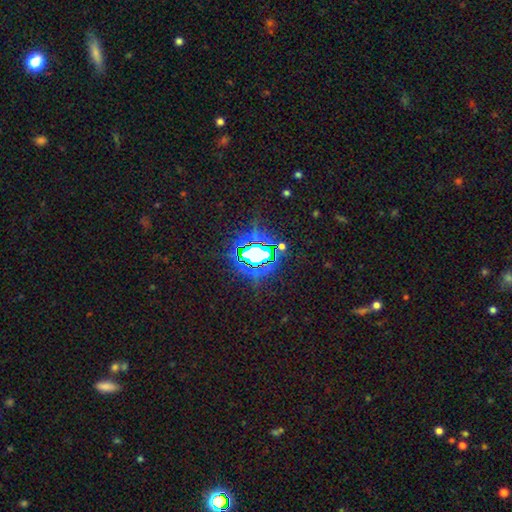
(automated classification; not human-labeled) Smooth or featured? Predicted: star or artifact (p=0.75).